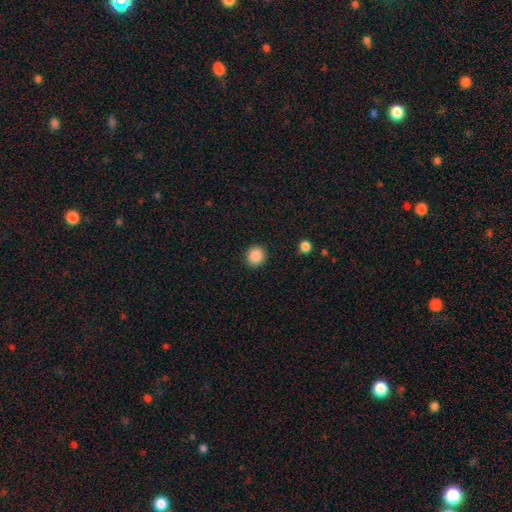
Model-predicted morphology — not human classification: The model was most divided on "smooth or featured": smooth: 87%, star or artifact: 9%, featured or disk: 4%. More confident: merging — none (91%); how rounded — round (90%).